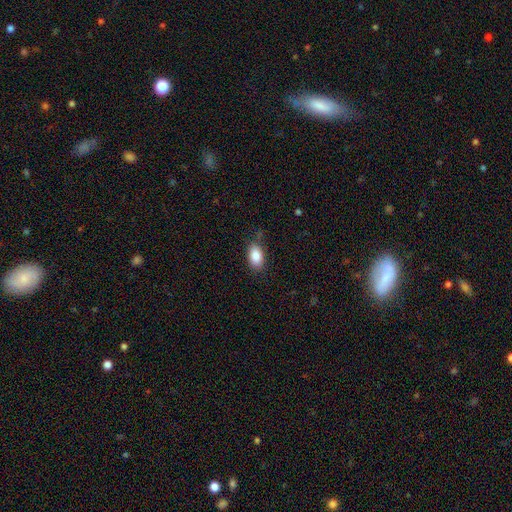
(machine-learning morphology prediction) Overall: smooth (86%). How rounded: in between (91%). Merging: none (79%).